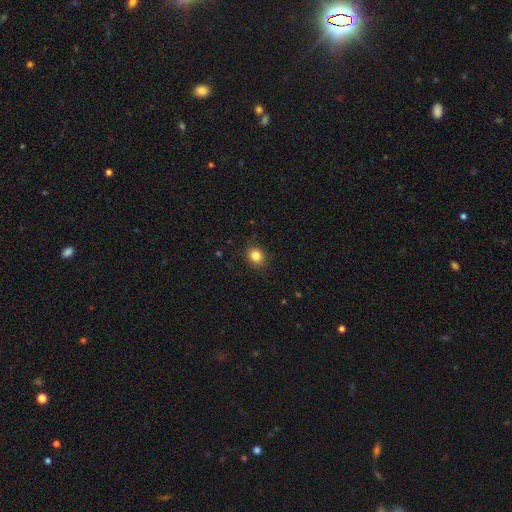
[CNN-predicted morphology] Smooth or featured?
  - smooth: 84% *
  - star or artifact: 11%
  - featured or disk: 5%
How rounded?
  - round: 75% *
  - in between: 24%
  - cigar-shaped: 1%
Merging?
  - none: 88% *
  - minor disturbance: 8%
  - major disturbance: 2%
  - merger: 1%